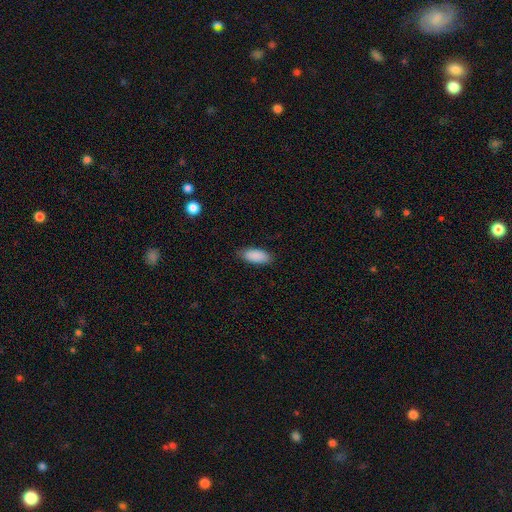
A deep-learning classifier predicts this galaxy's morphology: type=smooth (90%); roundness=in between (87%); merging=none (85%).